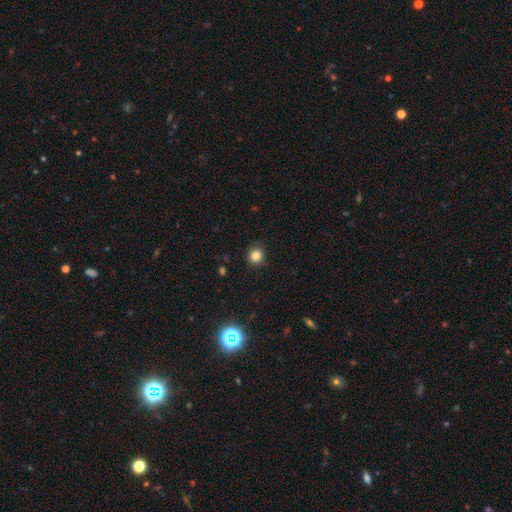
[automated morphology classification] This appears to be a smooth galaxy with no disk features (83%) that is round (89%). Merging: none (89%).